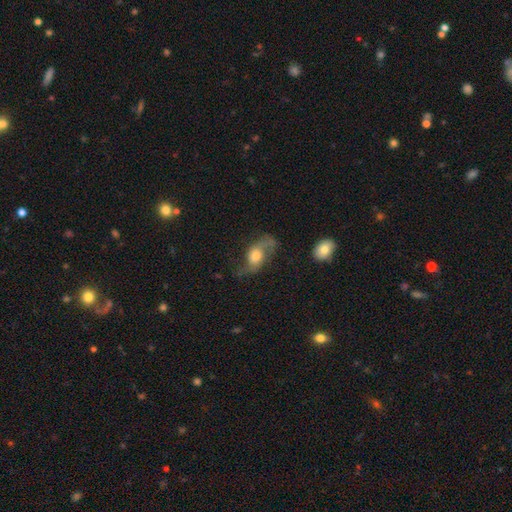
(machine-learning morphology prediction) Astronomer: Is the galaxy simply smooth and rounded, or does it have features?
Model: featured or disk — 62%.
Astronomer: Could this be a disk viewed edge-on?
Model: no — 92%.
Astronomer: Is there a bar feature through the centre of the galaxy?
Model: no — 70%.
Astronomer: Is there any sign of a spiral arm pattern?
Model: yes — 87%.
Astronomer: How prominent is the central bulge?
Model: moderate — 53%.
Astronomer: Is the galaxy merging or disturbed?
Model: none — 50% (runner-up: major disturbance, 25%).